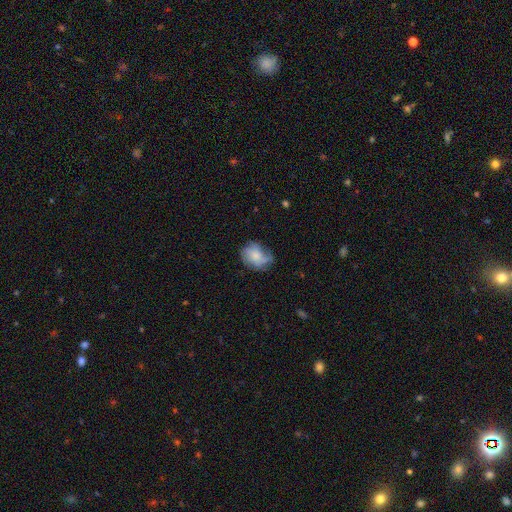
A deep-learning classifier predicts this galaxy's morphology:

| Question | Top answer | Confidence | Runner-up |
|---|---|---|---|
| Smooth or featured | smooth | 52% | featured or disk (39%) |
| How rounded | in between | 58% | round (40%) |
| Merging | none | 50% | minor disturbance (30%) |